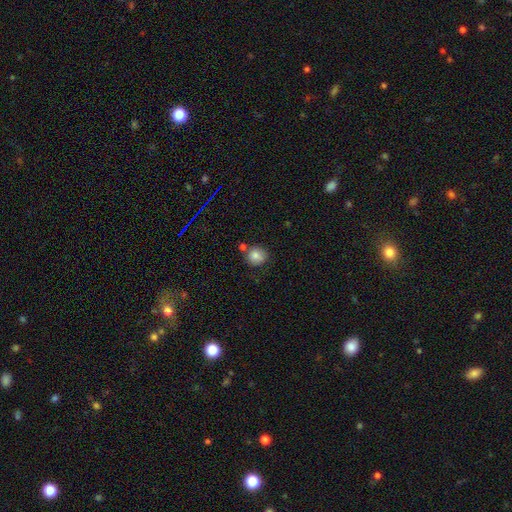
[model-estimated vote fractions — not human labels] Overall: smooth (81%). How rounded: round (84%). Merging: none (69%).